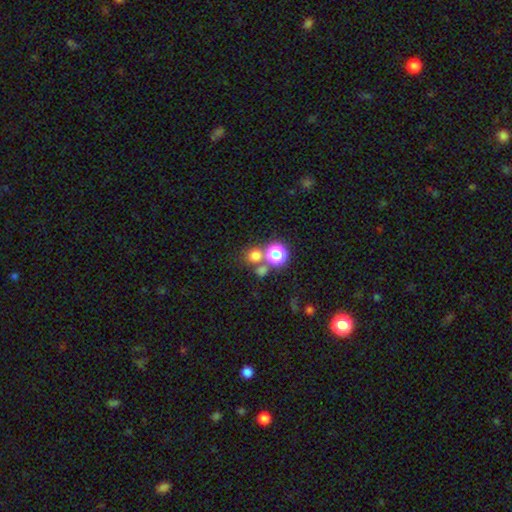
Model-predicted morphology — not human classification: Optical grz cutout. It shows a smooth galaxy with no disk features (69%) that is round (86%). Merging: none (59%).